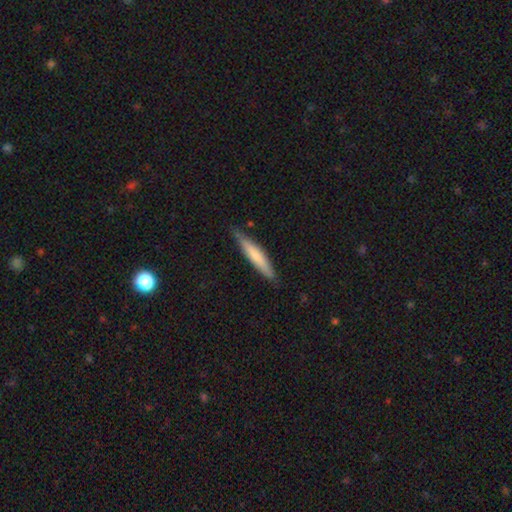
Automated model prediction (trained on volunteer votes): Smooth or featured: smooth — 68% (featured or disk — 27%)
How rounded: cigar-shaped — 89% (in between — 9%)
Merging: none — 81% (minor disturbance — 15%)